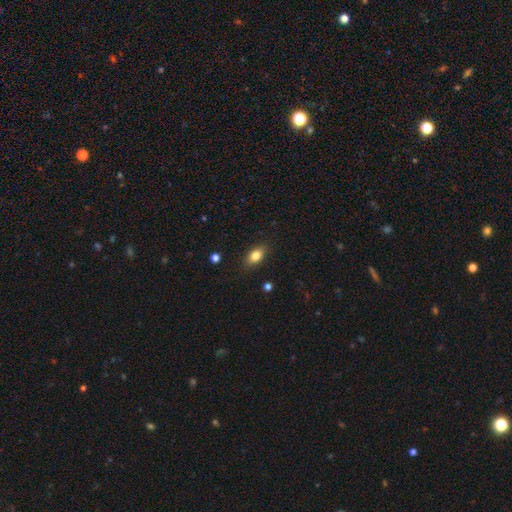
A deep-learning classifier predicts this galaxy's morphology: This appears to be a smooth galaxy with no disk features (81%) that is in between round and cigar-shaped (84%). Merging: none (85%).